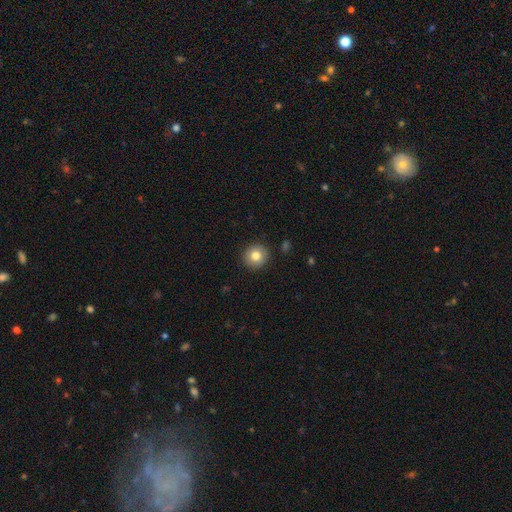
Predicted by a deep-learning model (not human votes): Smooth or featured: smooth — 81% (featured or disk — 10%)
How rounded: round — 91% (in between — 8%)
Merging: none — 91% (minor disturbance — 6%)